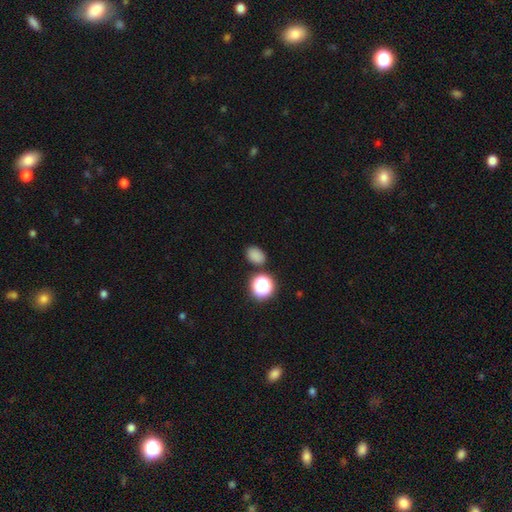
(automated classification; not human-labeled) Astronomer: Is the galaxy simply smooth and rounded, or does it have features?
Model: smooth — 80%.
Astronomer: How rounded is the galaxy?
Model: in between — 67%.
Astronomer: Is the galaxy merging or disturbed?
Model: none — 81%.